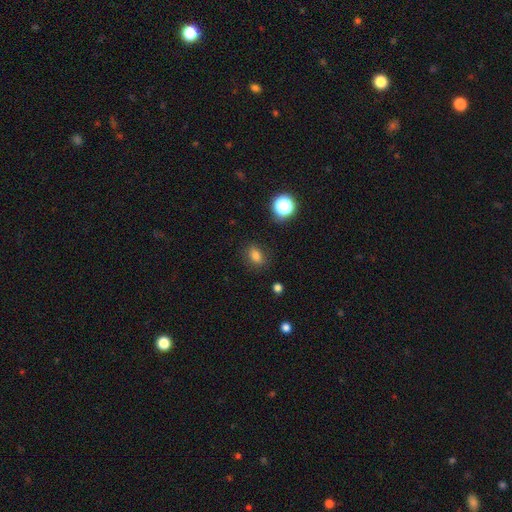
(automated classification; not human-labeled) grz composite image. It shows a smooth galaxy with no disk features (78%) that is in between round and cigar-shaped (71%). Merging: none (84%).